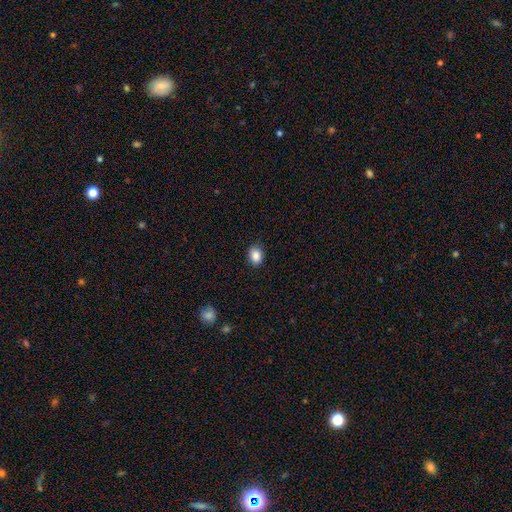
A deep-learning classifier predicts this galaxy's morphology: type=smooth (87%); roundness=in between (62%); merging=none (86%).